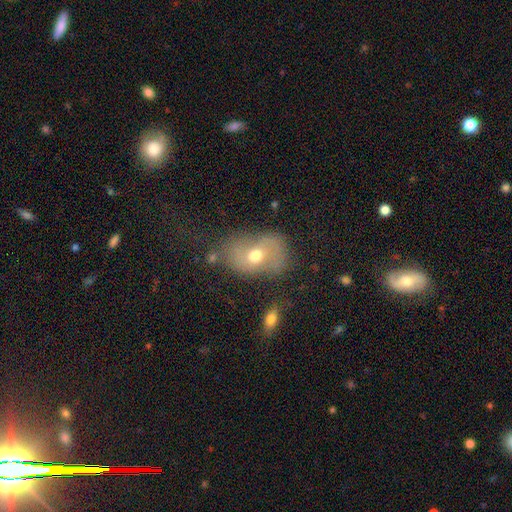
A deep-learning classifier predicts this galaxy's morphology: smooth 51%, featured or disk 39%, star or artifact 11%. Down the decision tree: how rounded — in between (78%); merging — none (47%).